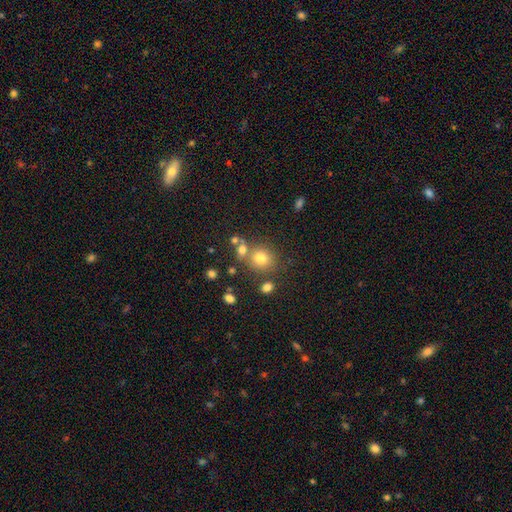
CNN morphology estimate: Smooth or featured? Predicted: smooth (p=0.61). How rounded? Predicted: round (p=0.86). Merging? Predicted: none (p=0.66).